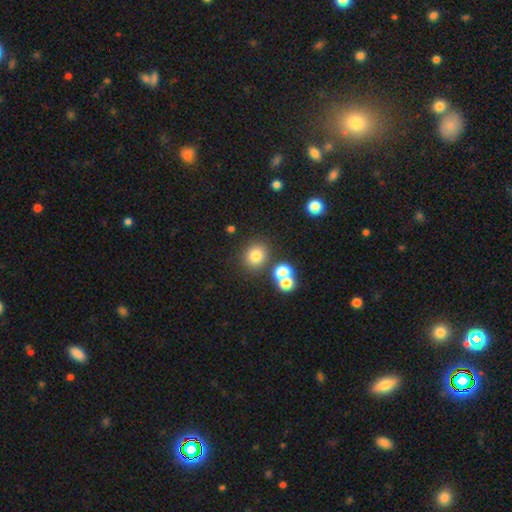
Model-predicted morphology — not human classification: Smooth or featured?
  - smooth: 77% *
  - star or artifact: 15%
  - featured or disk: 8%
How rounded?
  - round: 80% *
  - in between: 19%
  - cigar-shaped: 1%
Merging?
  - none: 77% *
  - merger: 11%
  - minor disturbance: 8%
  - major disturbance: 3%